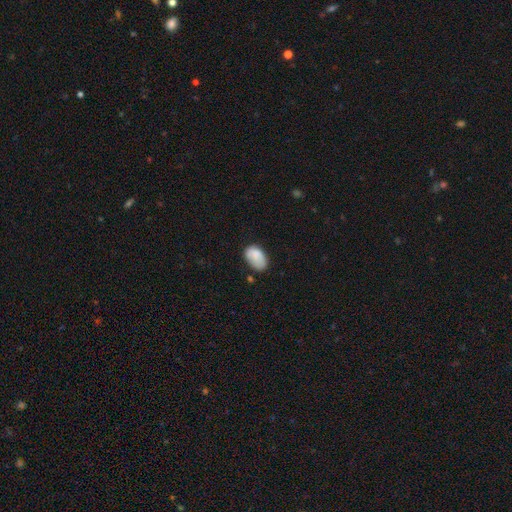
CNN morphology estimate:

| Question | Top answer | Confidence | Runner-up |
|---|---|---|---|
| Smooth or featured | smooth | 83% | featured or disk (9%) |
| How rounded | in between | 90% | round (8%) |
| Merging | none | 57% | minor disturbance (30%) |